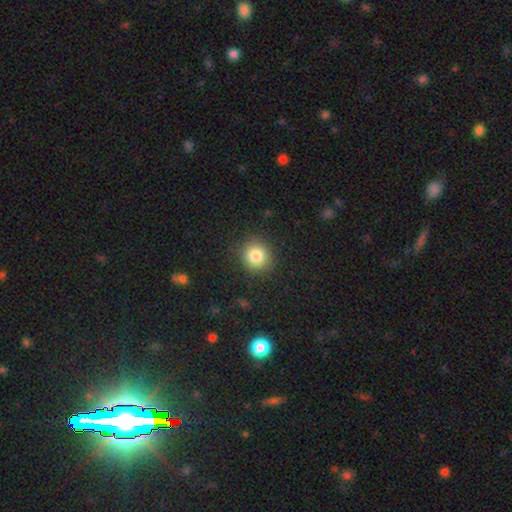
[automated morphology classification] smooth 83%, star or artifact 11%, featured or disk 6%. Down the decision tree: how rounded — round (89%); merging — none (89%).